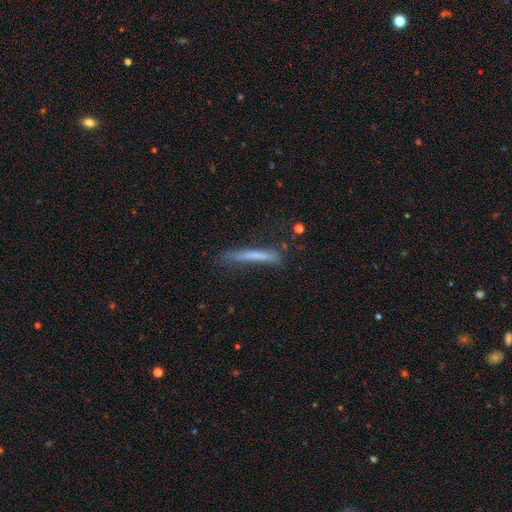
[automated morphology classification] Smooth or featured? smooth (61%)
How rounded? cigar-shaped (96%)
Merging? none (71%)